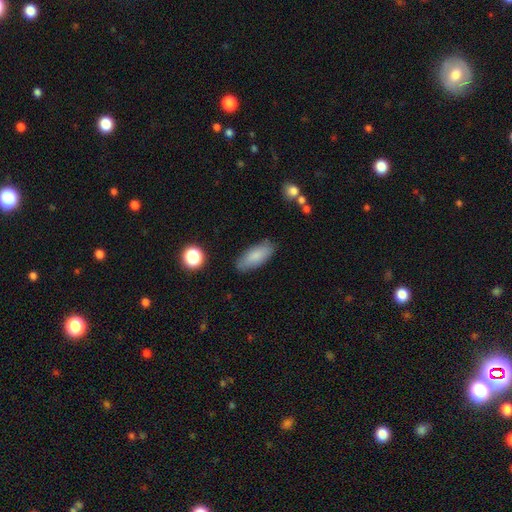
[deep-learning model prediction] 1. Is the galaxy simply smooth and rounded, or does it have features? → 83% smooth, 10% featured or disk, 7% star or artifact.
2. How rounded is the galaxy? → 77% in between, 20% cigar-shaped, 2% round.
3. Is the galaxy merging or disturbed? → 83% none, 13% minor disturbance, 3% major disturbance, 2% merger.